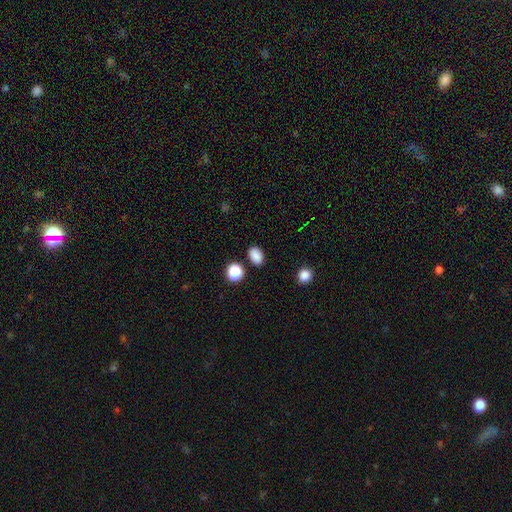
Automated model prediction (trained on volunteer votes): The model was most divided on "how rounded": in between: 79%, round: 20%, cigar-shaped: 1%. More confident: smooth or featured — smooth (85%); merging — none (85%).